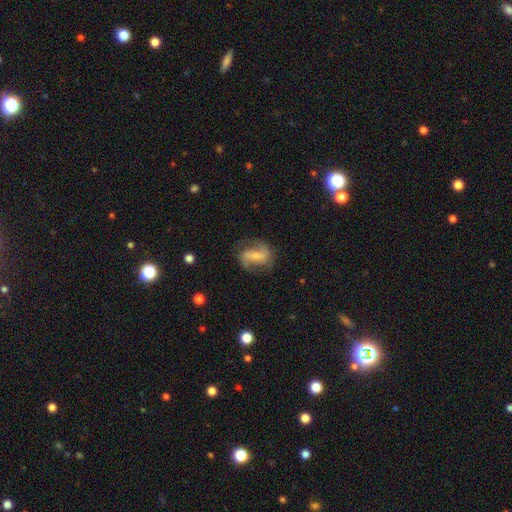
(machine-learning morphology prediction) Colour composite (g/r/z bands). It shows a featured or disk galaxy (73%) with a strong bar (42%), 2 (86%) medium (45%) spiral arms (91%) and a small central bulge (59%). Merging: none (69%).